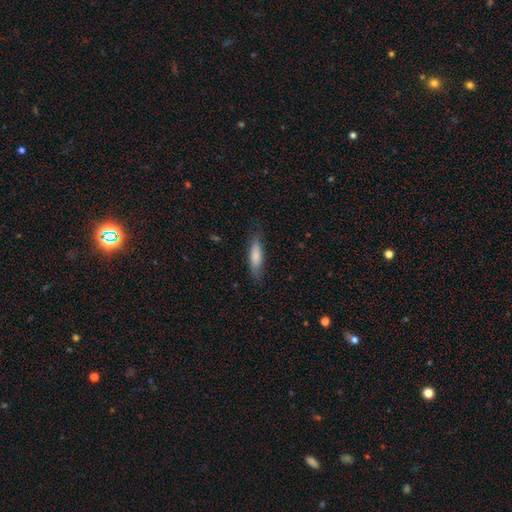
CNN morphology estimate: This appears to be a smooth galaxy with no disk features (77%) that is cigar-shaped (56%). Merging: none (77%).